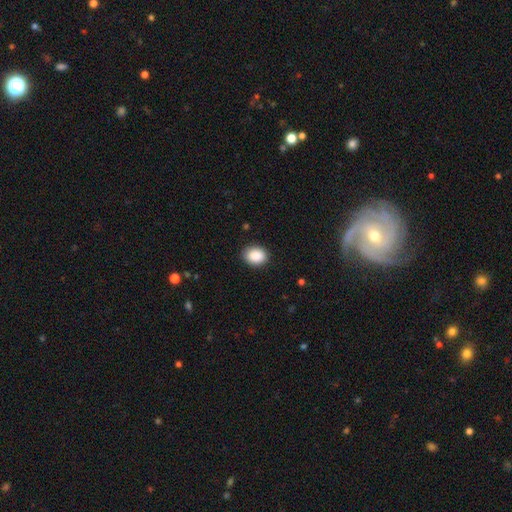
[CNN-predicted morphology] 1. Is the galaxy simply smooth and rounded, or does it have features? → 89% smooth, 8% star or artifact, 4% featured or disk.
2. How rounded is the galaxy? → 64% in between, 35% round, 1% cigar-shaped.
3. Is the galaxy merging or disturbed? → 89% none, 8% minor disturbance, 2% major disturbance, 1% merger.